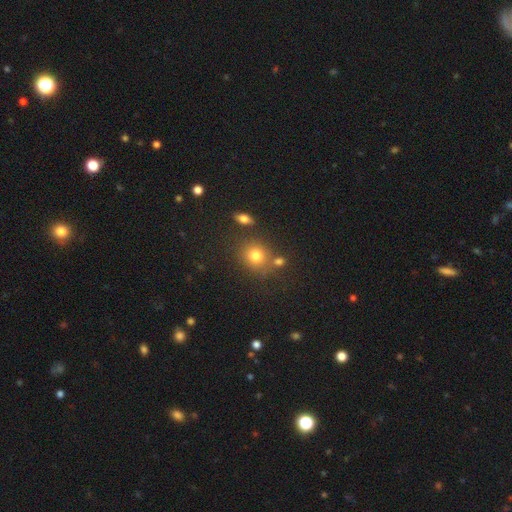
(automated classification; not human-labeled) A smooth galaxy with no disk features (78%) that is round (79%). Merging: none (69%).